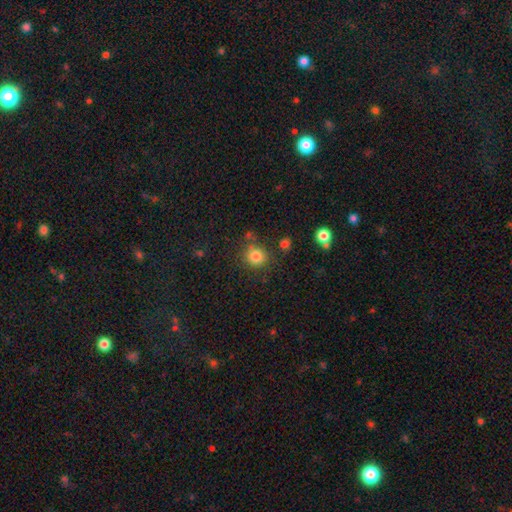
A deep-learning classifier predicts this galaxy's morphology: Overall: smooth (82%). How rounded: round (89%). Merging: none (79%).